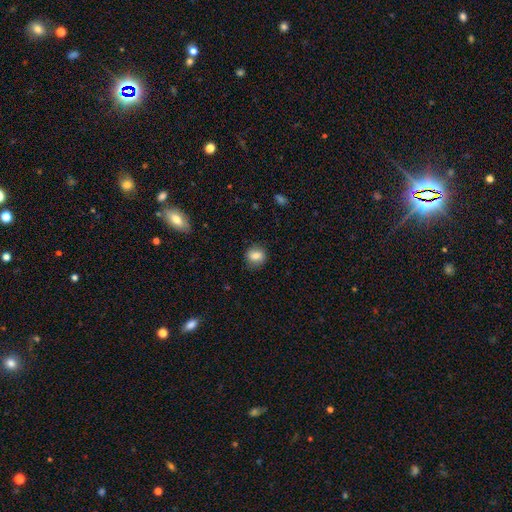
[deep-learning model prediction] This is likely a smooth galaxy (76%). How rounded: likely round (72%). Merging: clearly none (82%).